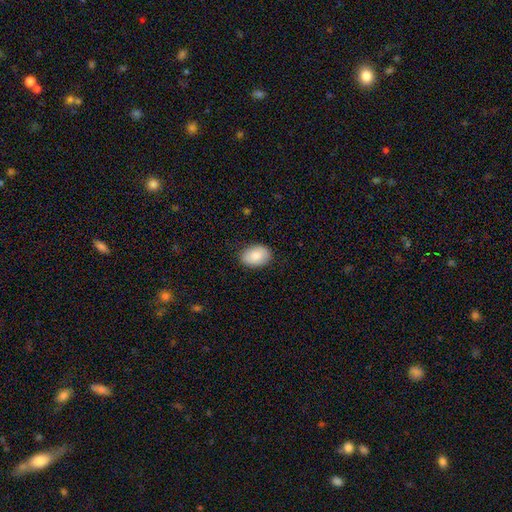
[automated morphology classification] The model was most divided on "how rounded": in between: 83%, round: 16%, cigar-shaped: 1%. More confident: merging — none (86%); smooth or featured — smooth (86%).